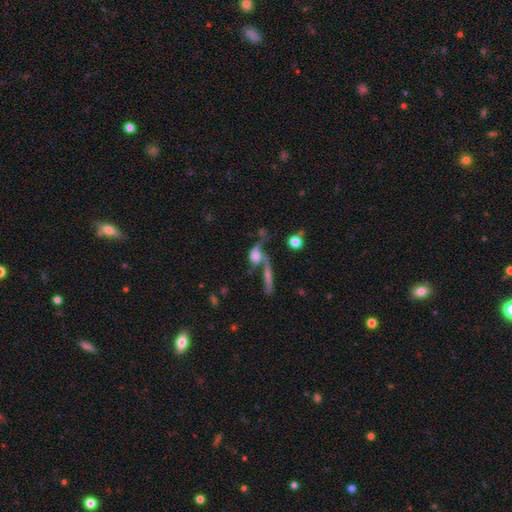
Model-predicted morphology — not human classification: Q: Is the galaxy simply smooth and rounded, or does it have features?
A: featured or disk — 49%.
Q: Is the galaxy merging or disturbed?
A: merger — 46%.